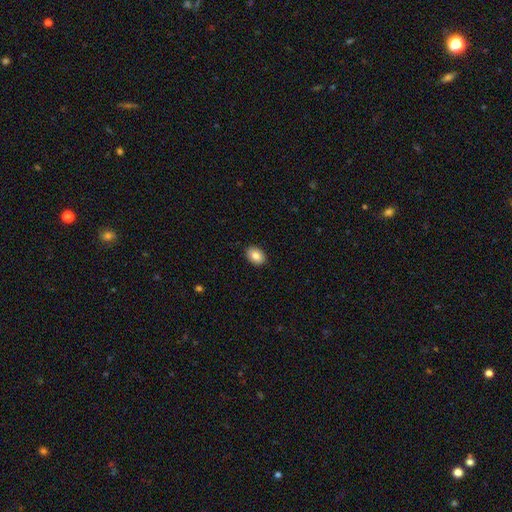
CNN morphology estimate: smooth 85%, star or artifact 8%, featured or disk 7%. Down the decision tree: how rounded — in between (79%); merging — none (90%).